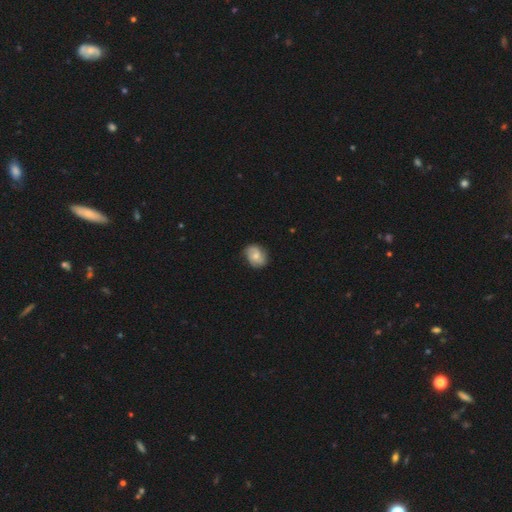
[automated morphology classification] smooth 52%, featured or disk 40%, star or artifact 8%. Down the decision tree: how rounded — in between (52%); merging — none (76%).